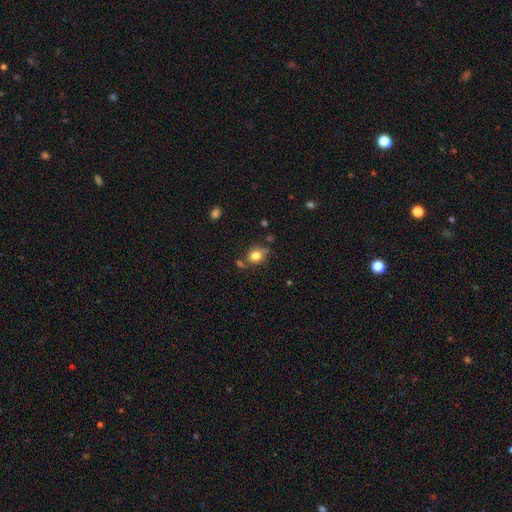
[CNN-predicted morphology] smooth 80%, star or artifact 11%, featured or disk 9%. Down the decision tree: how rounded — round (68%); merging — none (66%).